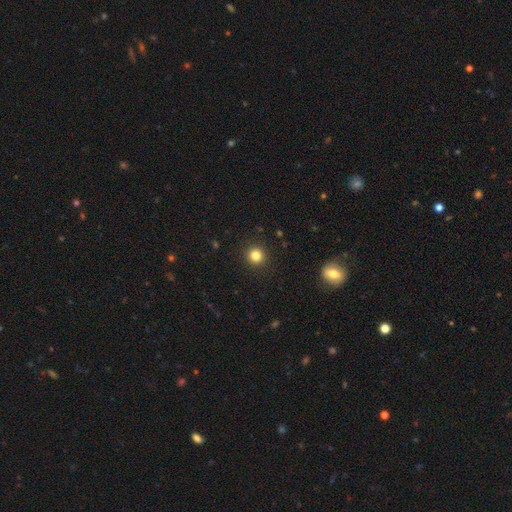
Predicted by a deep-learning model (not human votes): Smooth or featured? Predicted: smooth (p=0.83). How rounded? Predicted: round (p=0.93). Merging? Predicted: none (p=0.92).